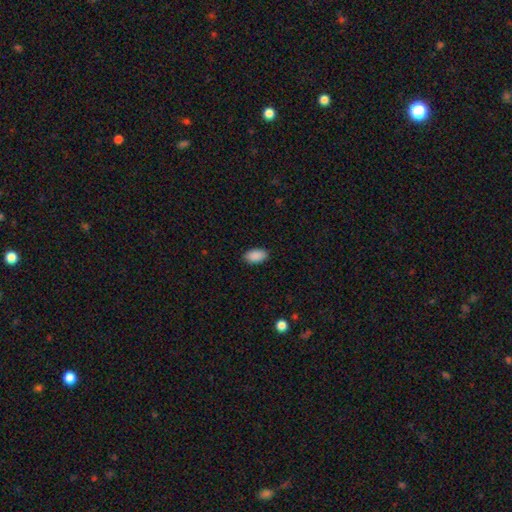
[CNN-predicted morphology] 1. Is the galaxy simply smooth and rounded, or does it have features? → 90% smooth, 7% star or artifact, 3% featured or disk.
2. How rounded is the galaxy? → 95% in between, 4% round, 2% cigar-shaped.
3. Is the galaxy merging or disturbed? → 89% none, 8% minor disturbance, 2% major disturbance, 1% merger.